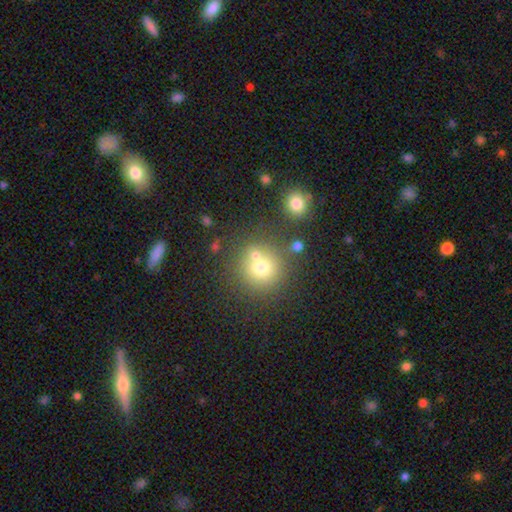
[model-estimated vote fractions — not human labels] A smooth galaxy with no disk features (71%) that is round (91%). Merging: none (63%).